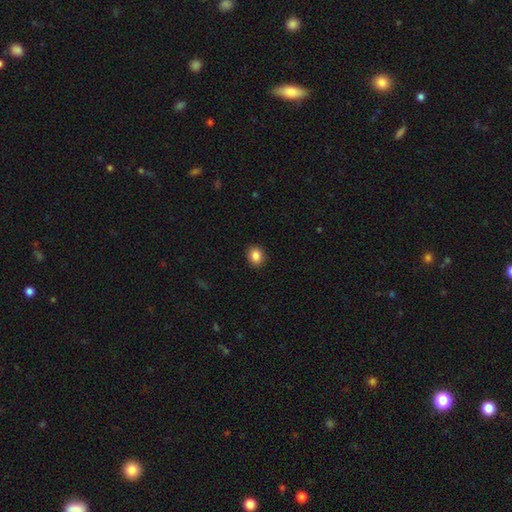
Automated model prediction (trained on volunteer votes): Smooth or featured: smooth — 86% (star or artifact — 10%)
How rounded: round — 67% (in between — 32%)
Merging: none — 91% (minor disturbance — 6%)